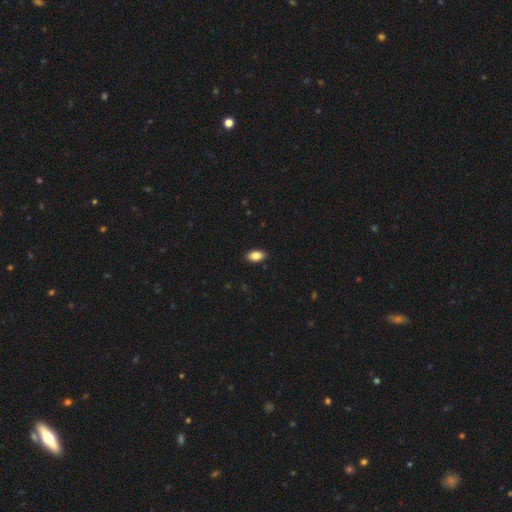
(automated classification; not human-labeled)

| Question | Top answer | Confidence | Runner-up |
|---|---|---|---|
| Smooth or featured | smooth | 86% | star or artifact (8%) |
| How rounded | in between | 92% | round (5%) |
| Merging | none | 90% | minor disturbance (7%) |